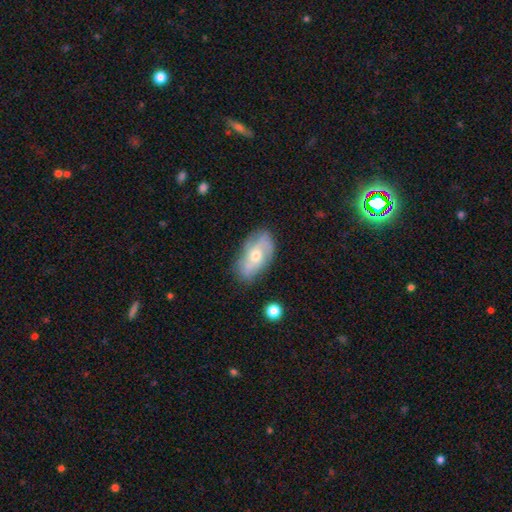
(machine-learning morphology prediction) A featured or disk galaxy (58%) with no bar (73%), spiral arms (75%) and a moderate central bulge (59%). Merging: none (71%).